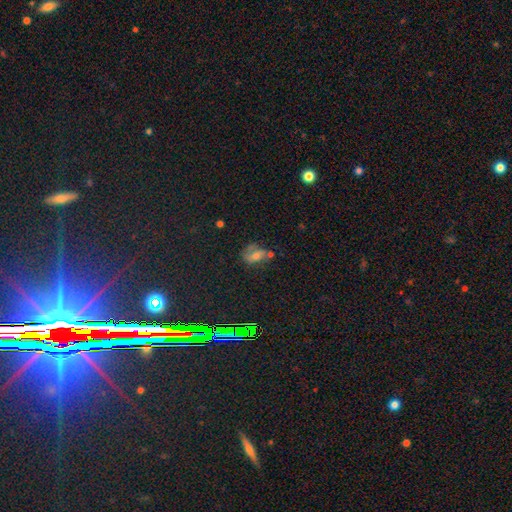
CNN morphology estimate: smooth_or_featured: smooth (p=0.49) [alt: featured or disk p=0.28]
merging: none (p=0.34) [alt: minor disturbance p=0.25]